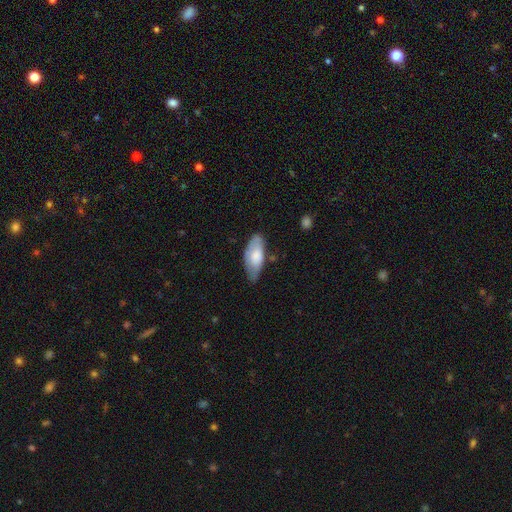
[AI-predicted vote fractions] Q: Smooth or featured?
A: smooth (68%); runner-up: featured or disk (27%)
Q: How rounded?
A: in between (88%); runner-up: cigar-shaped (10%)
Q: Merging?
A: none (50%); runner-up: minor disturbance (38%)